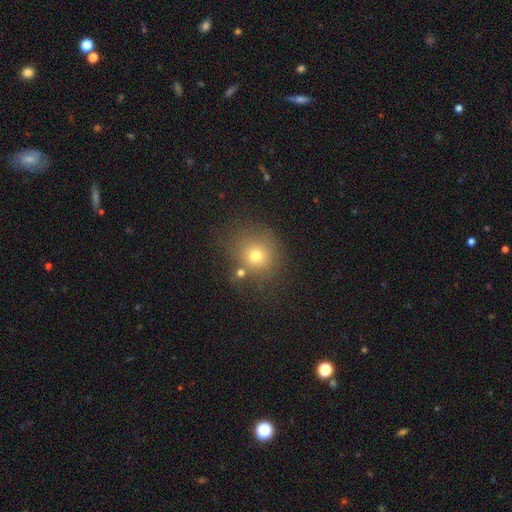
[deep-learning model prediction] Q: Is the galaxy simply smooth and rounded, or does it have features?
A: smooth — 72%.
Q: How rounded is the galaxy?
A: round — 84%.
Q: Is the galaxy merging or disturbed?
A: none — 72%.